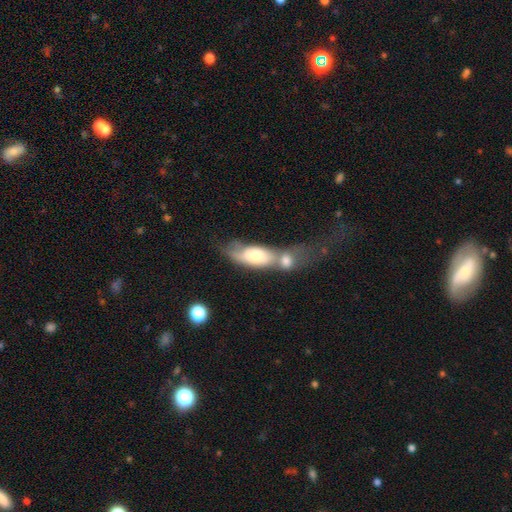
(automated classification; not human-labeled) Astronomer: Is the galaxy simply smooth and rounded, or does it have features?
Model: smooth — 63%.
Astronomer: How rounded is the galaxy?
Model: in between — 80%.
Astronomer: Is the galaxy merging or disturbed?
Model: merger — 68%.